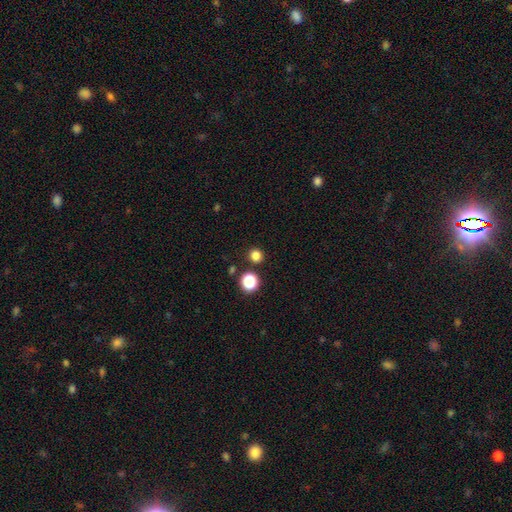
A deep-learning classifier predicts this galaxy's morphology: Smooth or featured? smooth (80%)
How rounded? round (92%)
Merging? none (88%)